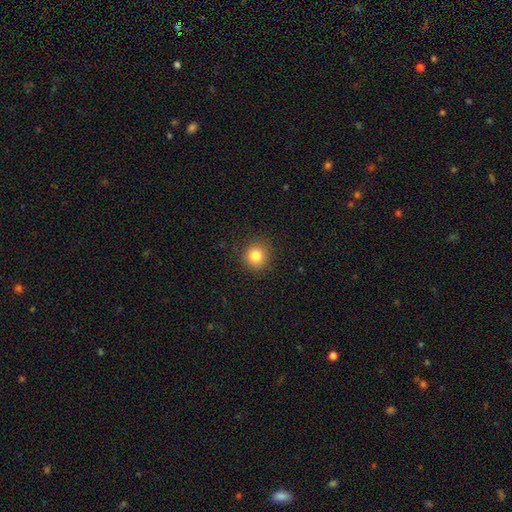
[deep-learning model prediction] smooth 83%, star or artifact 11%, featured or disk 6%. Down the decision tree: how rounded — round (90%); merging — none (88%).